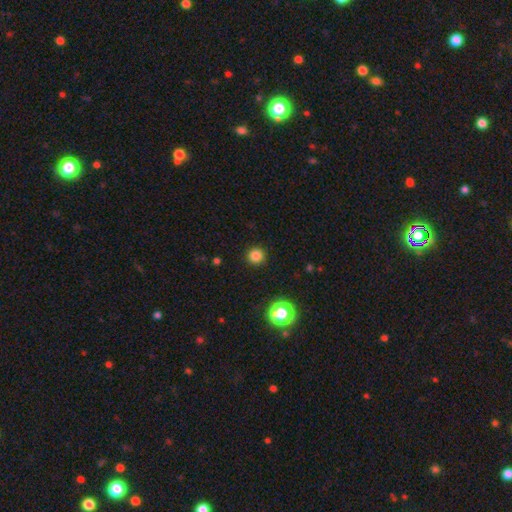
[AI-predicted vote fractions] Smooth or featured: smooth — 82% (star or artifact — 14%)
How rounded: round — 94% (in between — 5%)
Merging: none — 92% (minor disturbance — 5%)